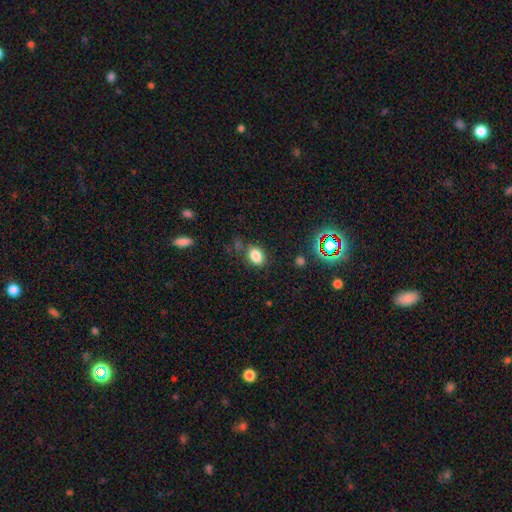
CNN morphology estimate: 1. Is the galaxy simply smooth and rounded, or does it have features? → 81% smooth, 13% star or artifact, 7% featured or disk.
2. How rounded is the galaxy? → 75% in between, 24% round, 1% cigar-shaped.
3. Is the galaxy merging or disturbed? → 76% none, 15% minor disturbance, 5% major disturbance, 4% merger.